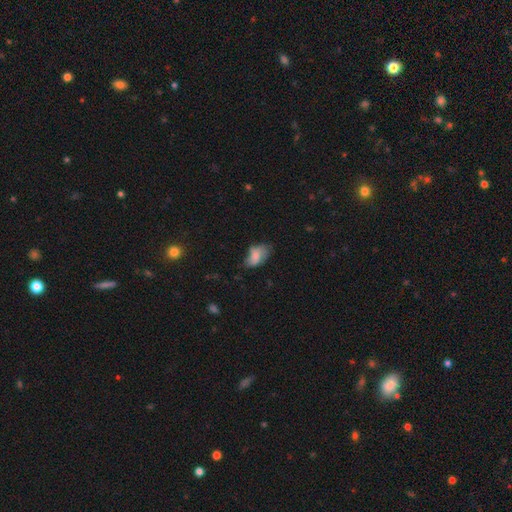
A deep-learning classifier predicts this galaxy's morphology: A smooth galaxy with no disk features (71%) that is in between round and cigar-shaped (90%). Merging: none (38%).